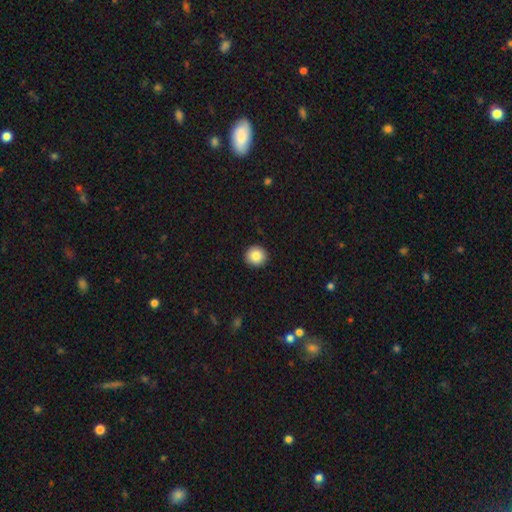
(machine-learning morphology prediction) Smooth or featured? smooth (86%)
How rounded? round (91%)
Merging? none (92%)